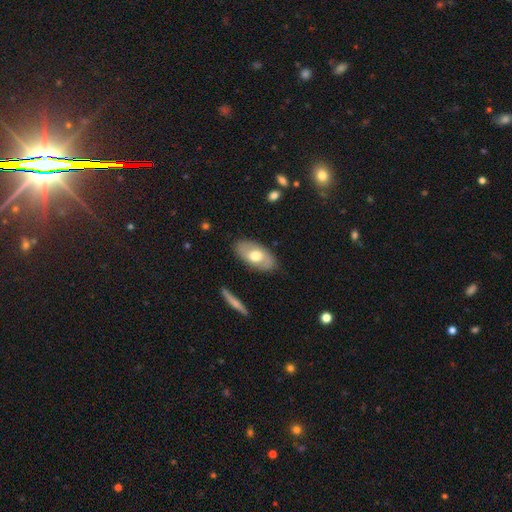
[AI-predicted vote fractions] Morphology: type=smooth (50%); roundness=in between (92%); merging=none (83%).